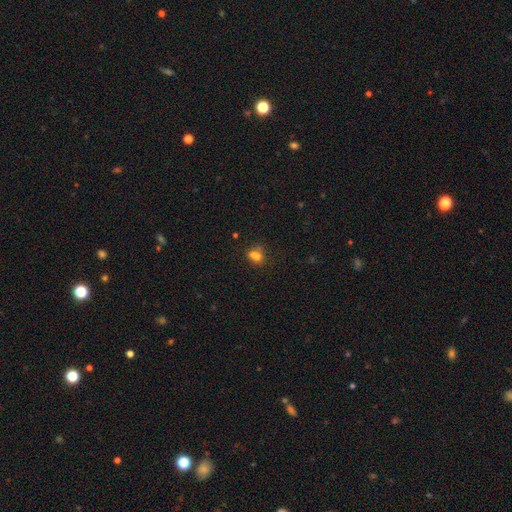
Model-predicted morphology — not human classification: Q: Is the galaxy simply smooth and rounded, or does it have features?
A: smooth — 70%.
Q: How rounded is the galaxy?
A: round — 52%.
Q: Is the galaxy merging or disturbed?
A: none — 46%.